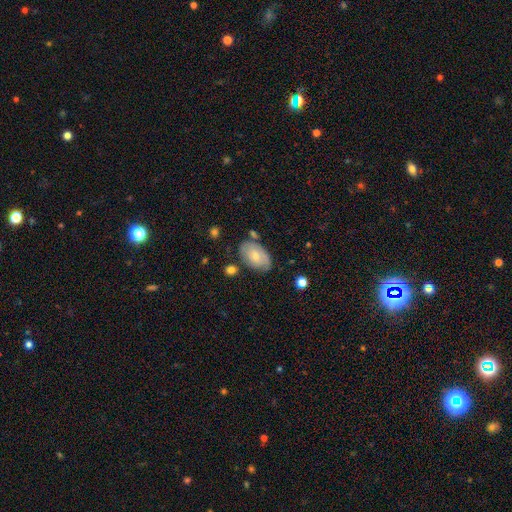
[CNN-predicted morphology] smooth 56%, featured or disk 38%, star or artifact 7%. Down the decision tree: how rounded — in between (91%); merging — none (66%).